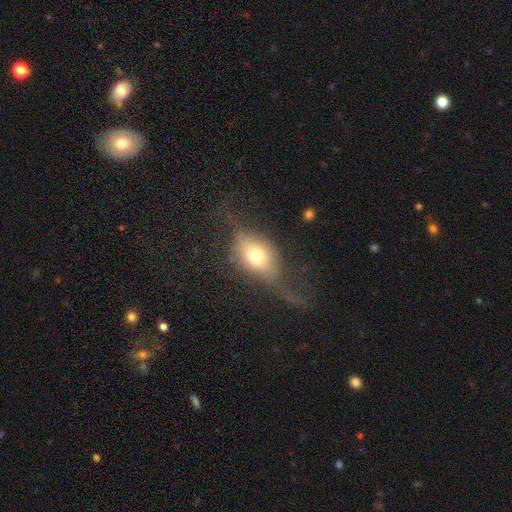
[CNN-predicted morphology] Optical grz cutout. It shows a smooth galaxy with no disk features (61%) that is in between round and cigar-shaped (77%). Merging: major disturbance (37%, tied with none).